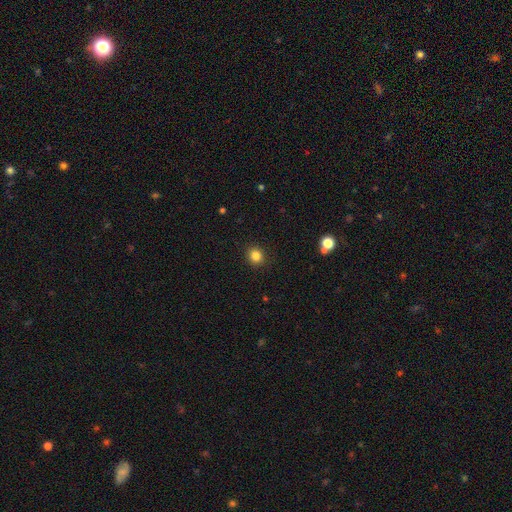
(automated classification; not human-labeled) Overall: smooth (84%). How rounded: round (86%). Merging: none (91%).